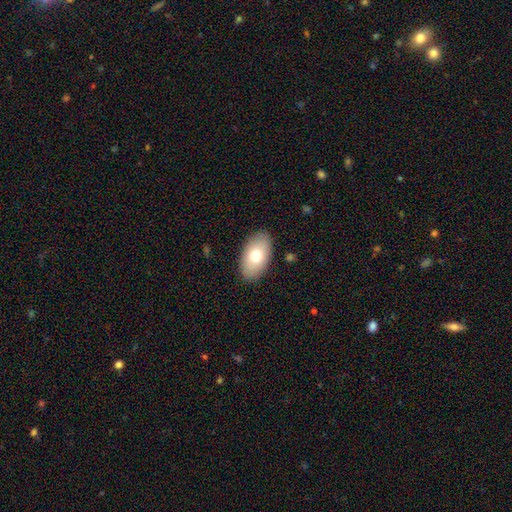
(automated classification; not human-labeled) Smooth or featured? smooth (73%)
How rounded? in between (94%)
Merging? none (87%)